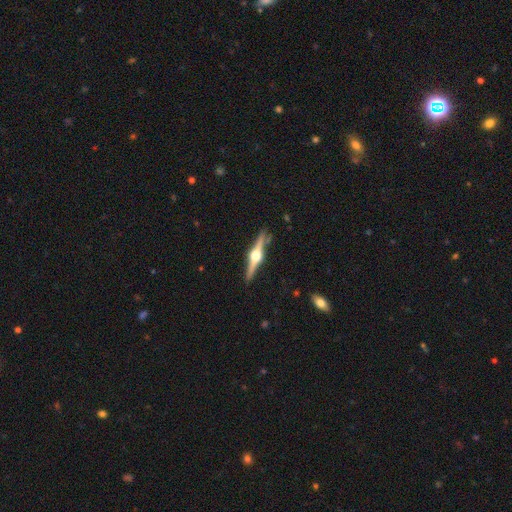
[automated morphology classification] Smooth or featured? Predicted: featured or disk (p=0.83). Edge-on disk? Predicted: yes (p=0.98). Edge-on bulge? Predicted: rounded (p=0.96). Merging? Predicted: none (p=0.89).